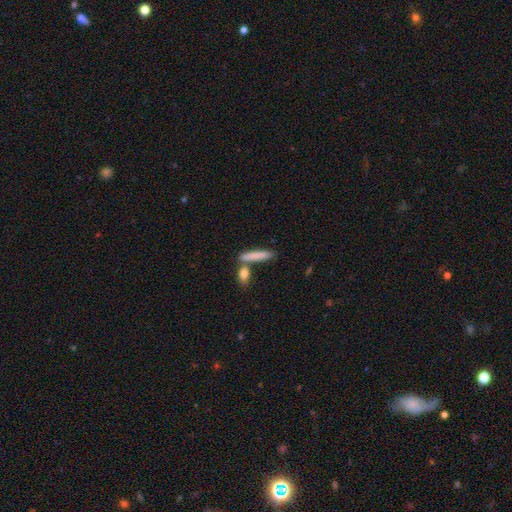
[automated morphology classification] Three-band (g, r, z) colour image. It shows a smooth galaxy with no disk features (78%) that is cigar-shaped (84%). Merging: none (65%).